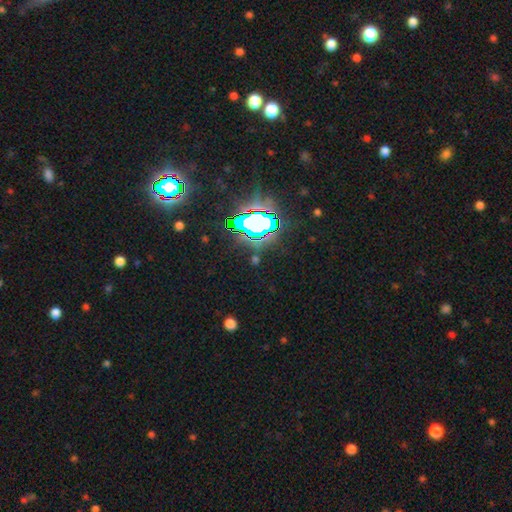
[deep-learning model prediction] This is likely a star or artifact rather than a galaxy (74%).